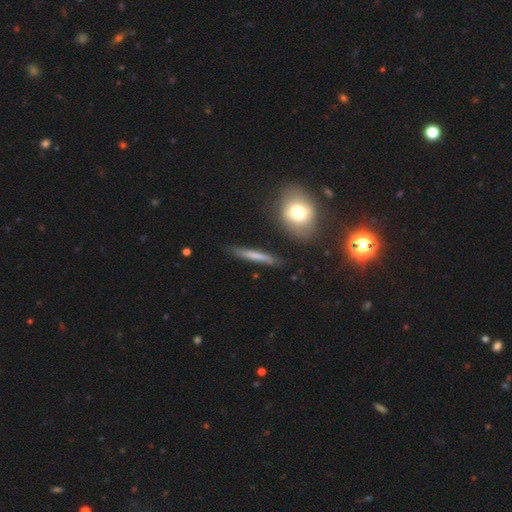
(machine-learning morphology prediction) smooth-or-featured: smooth: 61% | featured or disk: 32% | star or artifact: 7%
  how-rounded: cigar-shaped: 93% | in between: 5% | round: 2%
  merging: none: 83% | minor disturbance: 12% | major disturbance: 2% | merger: 2%